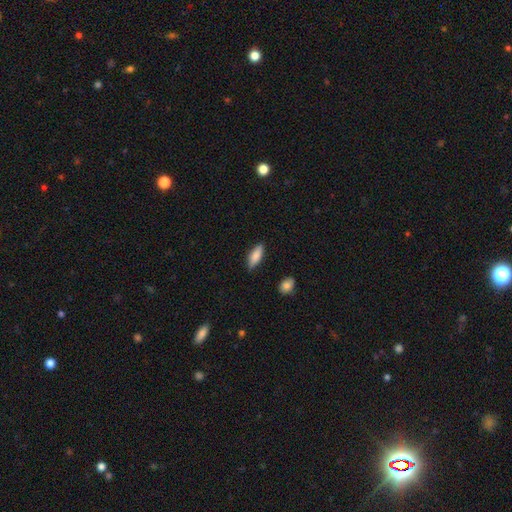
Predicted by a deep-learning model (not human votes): Smooth or featured? smooth (83%)
How rounded? in between (61%)
Merging? none (85%)